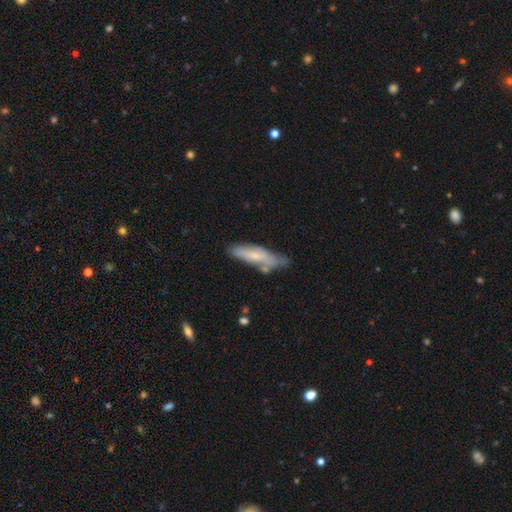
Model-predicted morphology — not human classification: Overall: smooth (57%; featured or disk 37%). How rounded: cigar-shaped (66%; in between 33%). Merging: none (55%; minor disturbance 30%).